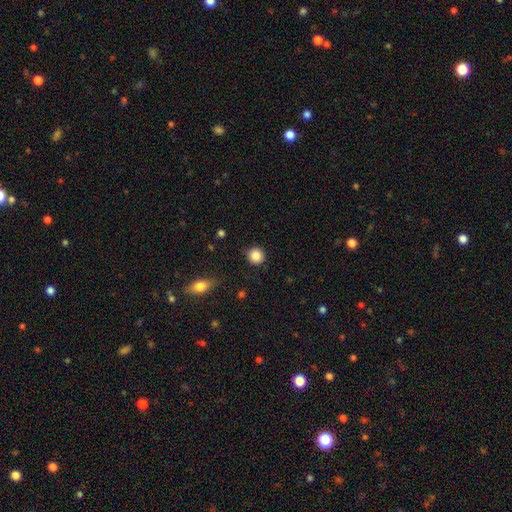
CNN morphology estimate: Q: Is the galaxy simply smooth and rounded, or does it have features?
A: smooth — 86%.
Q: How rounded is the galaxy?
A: round — 92%.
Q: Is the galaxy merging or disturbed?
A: none — 87%.